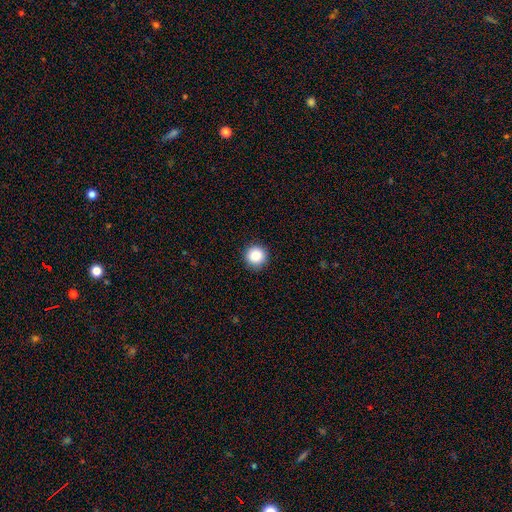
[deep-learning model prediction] smooth 86%, star or artifact 10%, featured or disk 5%. Down the decision tree: how rounded — round (96%); merging — none (92%).